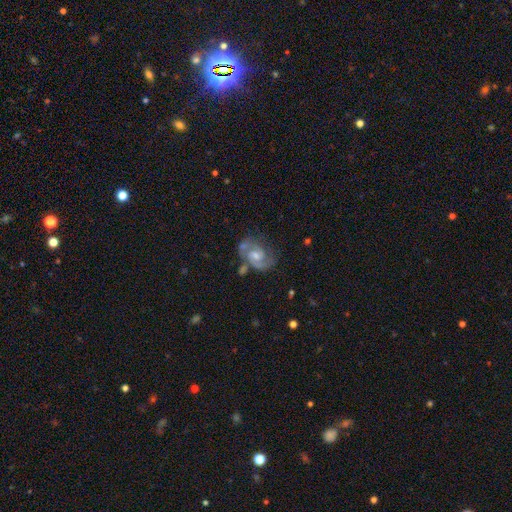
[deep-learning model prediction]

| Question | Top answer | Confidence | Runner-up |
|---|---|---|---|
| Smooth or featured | featured or disk | 78% | smooth (14%) |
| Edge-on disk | no | 97% | yes (3%) |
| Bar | no | 57% | weak (36%) |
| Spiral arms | yes | 92% | no (8%) |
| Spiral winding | medium | 49% | tight (34%) |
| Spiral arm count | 2 | 79% | can't tell (10%) |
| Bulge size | moderate | 56% | small (35%) |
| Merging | none | 61% | minor disturbance (20%) |